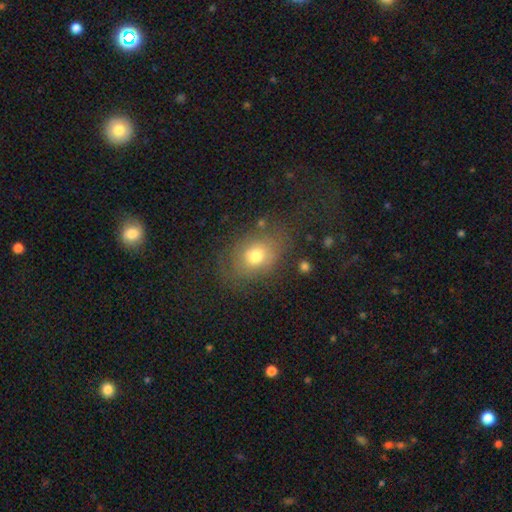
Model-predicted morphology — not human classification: This appears to be a smooth galaxy with no disk features (69%) that is in between round and cigar-shaped (66%). Merging: none (67%).